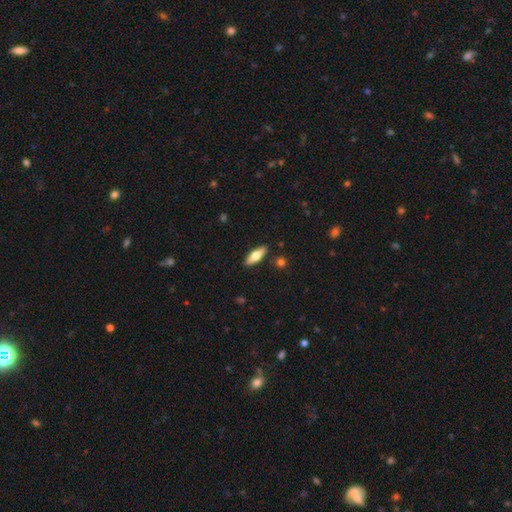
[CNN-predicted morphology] smooth_or_featured: smooth (p=0.51) [alt: featured or disk p=0.43]
how_rounded: in between (p=0.51) [alt: cigar-shaped p=0.46]
merging: none (p=0.88) [alt: minor disturbance p=0.08]